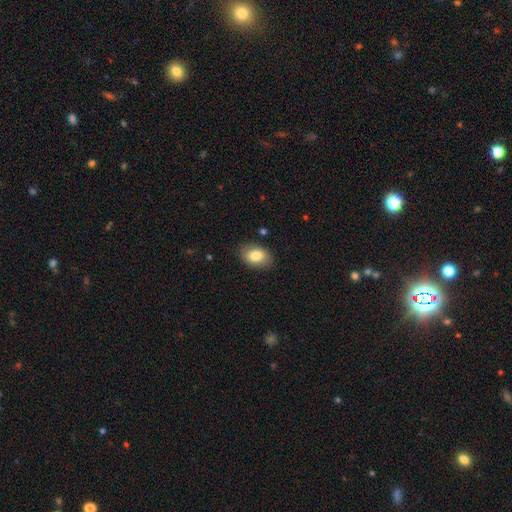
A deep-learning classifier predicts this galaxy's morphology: smooth 82%, featured or disk 11%, star or artifact 8%. Down the decision tree: how rounded — in between (82%); merging — none (83%).